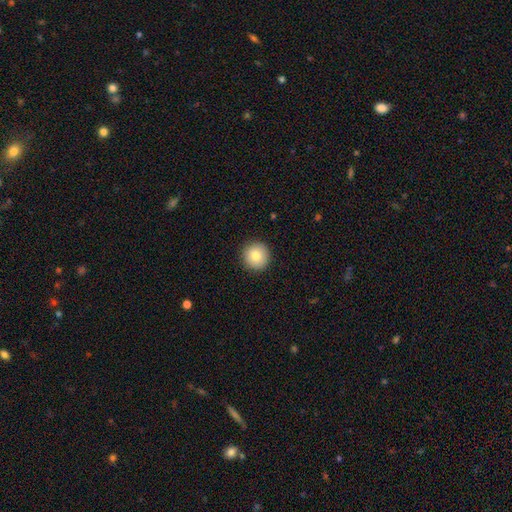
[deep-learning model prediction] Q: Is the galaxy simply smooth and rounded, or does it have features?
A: smooth — 81%.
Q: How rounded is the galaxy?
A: round — 96%.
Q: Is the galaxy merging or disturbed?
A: none — 92%.